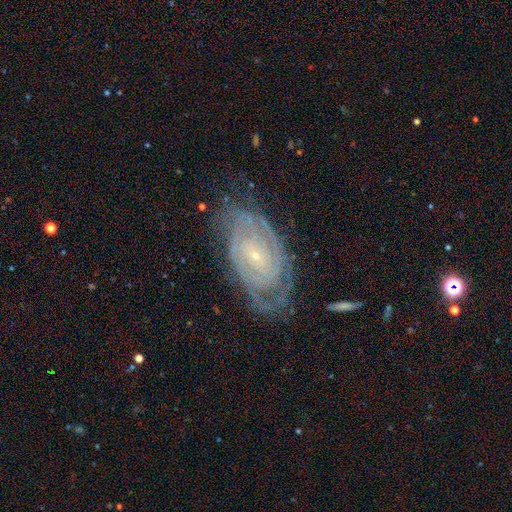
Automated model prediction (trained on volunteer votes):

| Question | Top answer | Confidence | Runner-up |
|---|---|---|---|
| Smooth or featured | featured or disk | 85% | smooth (8%) |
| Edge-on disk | no | 95% | yes (5%) |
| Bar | no | 55% | weak (32%) |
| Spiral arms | yes | 95% | no (5%) |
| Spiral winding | tight | 77% | medium (19%) |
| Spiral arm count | can't tell | 33% | 2 (31%) |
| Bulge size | small | 84% | moderate (12%) |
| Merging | none | 70% | minor disturbance (20%) |